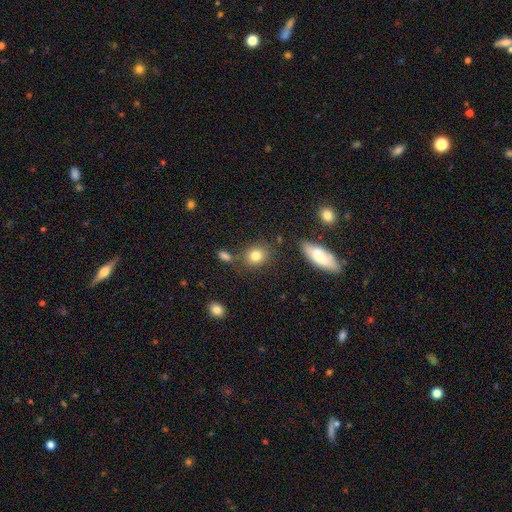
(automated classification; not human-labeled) Overall: smooth (82%). How rounded: round (65%; in between 32%). Merging: none (75%).